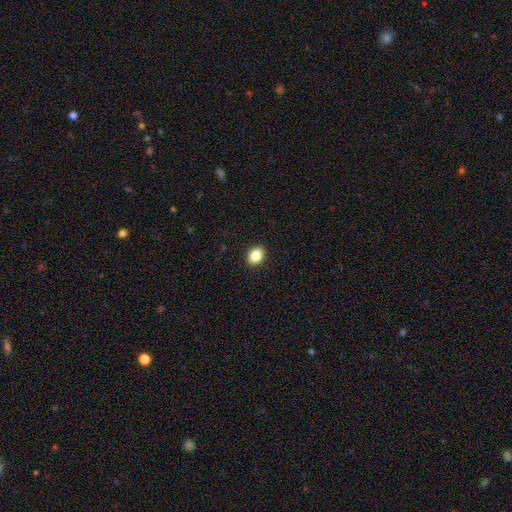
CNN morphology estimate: The model was most divided on "how rounded": in between: 63%, round: 36%, cigar-shaped: 1%. More confident: merging — none (91%); smooth or featured — smooth (86%).